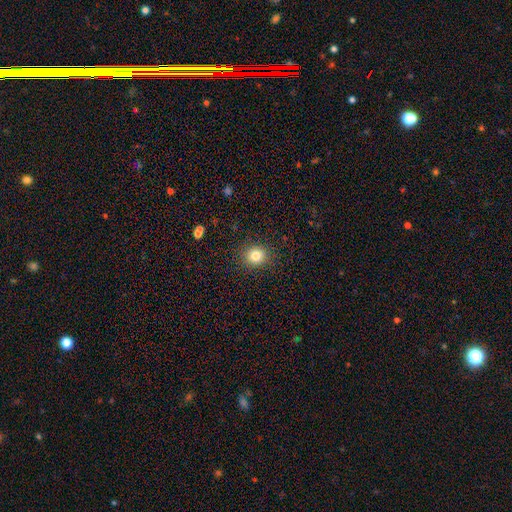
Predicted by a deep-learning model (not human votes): This is clearly a smooth galaxy (82%). How rounded: likely round (75%). Merging: clearly none (89%).